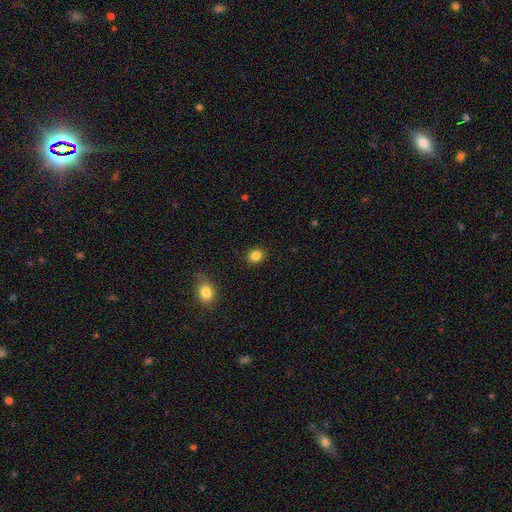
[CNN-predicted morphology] Smooth or featured?
  - smooth: 84% *
  - star or artifact: 11%
  - featured or disk: 5%
How rounded?
  - round: 69% *
  - in between: 30%
  - cigar-shaped: 1%
Merging?
  - none: 89% *
  - minor disturbance: 7%
  - major disturbance: 2%
  - merger: 1%